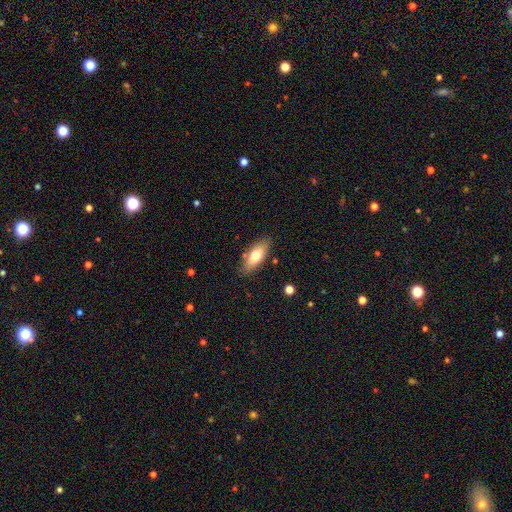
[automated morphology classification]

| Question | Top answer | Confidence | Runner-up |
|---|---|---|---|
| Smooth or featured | smooth | 70% | featured or disk (23%) |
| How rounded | in between | 80% | cigar-shaped (18%) |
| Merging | none | 83% | minor disturbance (12%) |